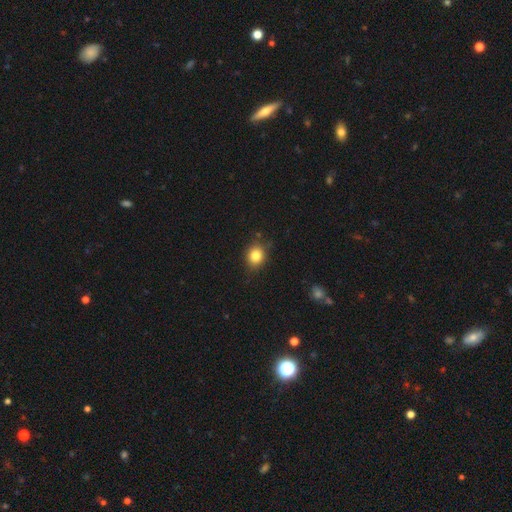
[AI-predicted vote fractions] The model was most divided on "how rounded": round: 65%, in between: 34%, cigar-shaped: 1%. More confident: smooth or featured — smooth (83%); merging — none (82%).